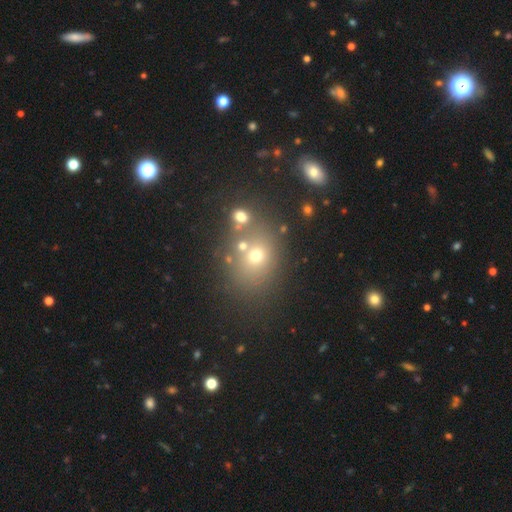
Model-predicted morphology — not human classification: The model was most divided on "how rounded": round: 55%, in between: 43%, cigar-shaped: 1%. More confident: merging — none (63%); smooth or featured — smooth (60%).